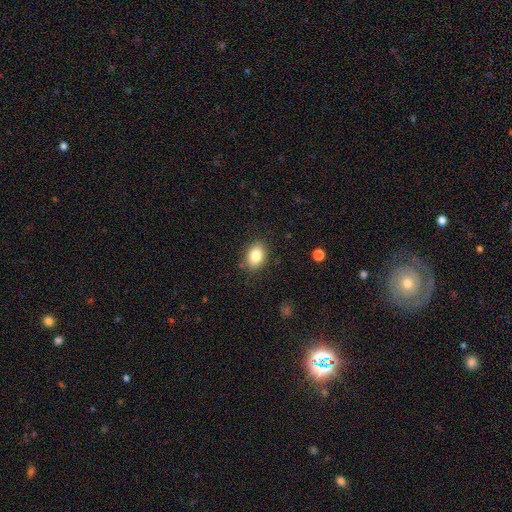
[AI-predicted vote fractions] A smooth galaxy with no disk features (83%) that is in between round and cigar-shaped (77%).

Vote fractions:
- Smooth or featured? smooth: 83% / star or artifact: 9% / featured or disk: 8%
- How rounded? in between: 77% / round: 22% / cigar-shaped: 1%
- Merging? none: 85% / minor disturbance: 11% / major disturbance: 3% / merger: 1%